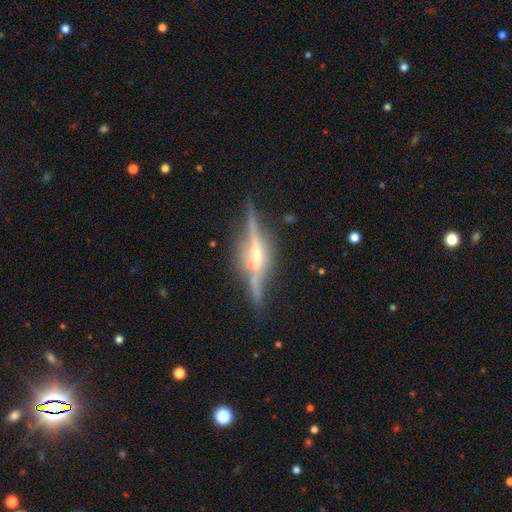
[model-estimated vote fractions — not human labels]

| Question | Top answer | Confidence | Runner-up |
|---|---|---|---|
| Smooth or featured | featured or disk | 85% | smooth (9%) |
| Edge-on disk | yes | 96% | no (4%) |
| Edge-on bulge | rounded | 77% | boxy (15%) |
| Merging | none | 80% | minor disturbance (13%) |